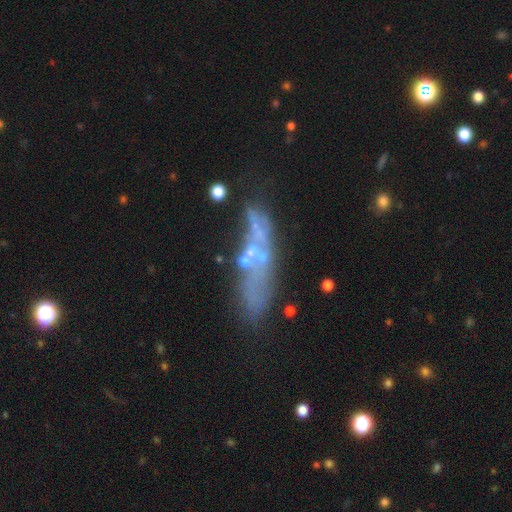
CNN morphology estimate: Smooth or featured? Predicted: featured or disk (p=0.57). Edge-on disk? Predicted: no (p=0.67). Merging? Predicted: none (p=0.49).